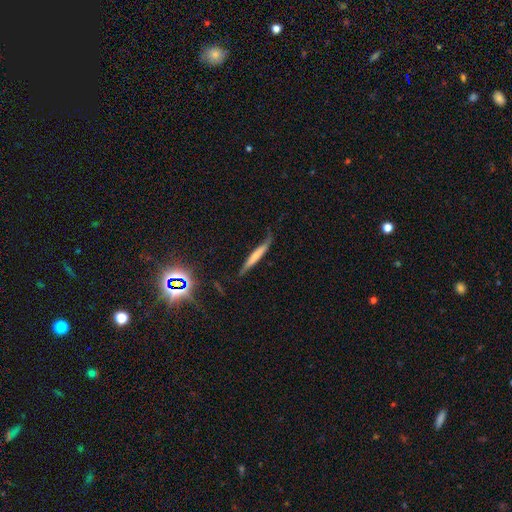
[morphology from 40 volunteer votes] Smooth or featured? smooth (55%)
How rounded? cigar-shaped (100%)
Merging? none (54%)